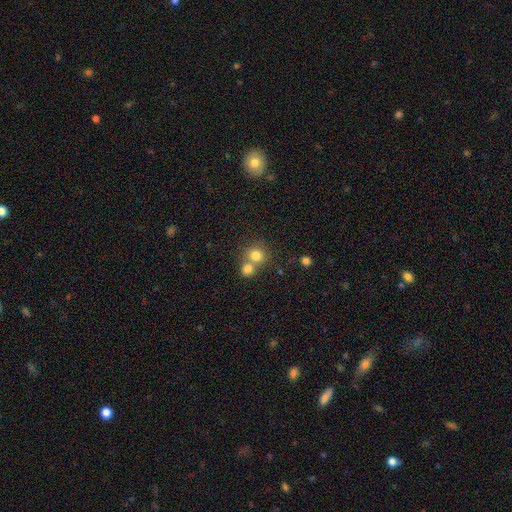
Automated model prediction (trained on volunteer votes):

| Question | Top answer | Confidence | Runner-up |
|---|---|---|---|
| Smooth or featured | smooth | 79% | star or artifact (12%) |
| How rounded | round | 85% | in between (14%) |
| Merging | merger | 46% | none (45%) |